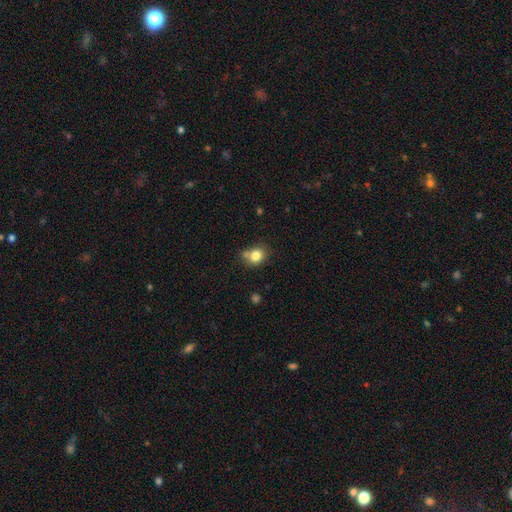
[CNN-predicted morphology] Smooth or featured?
  - smooth: 81% *
  - star or artifact: 11%
  - featured or disk: 9%
How rounded?
  - round: 65% *
  - in between: 34%
  - cigar-shaped: 1%
Merging?
  - none: 60% *
  - merger: 18%
  - minor disturbance: 17%
  - major disturbance: 5%